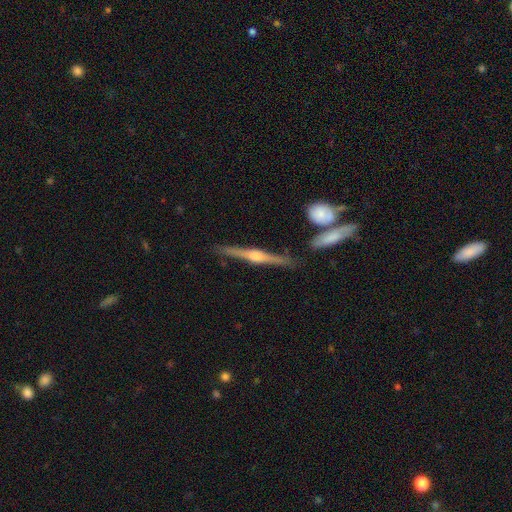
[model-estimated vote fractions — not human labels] Morphology: type=featured or disk (82%); edge-on=yes (98%); edge-on bulge=rounded (86%); merging=none (86%).